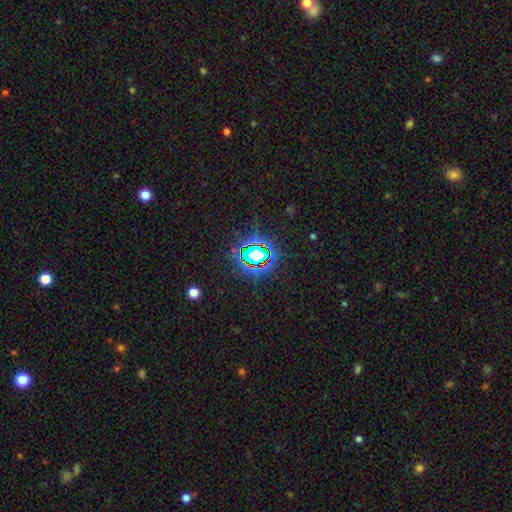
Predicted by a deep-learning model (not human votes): smooth-or-featured: star or artifact: 75% | smooth: 15% | featured or disk: 11%